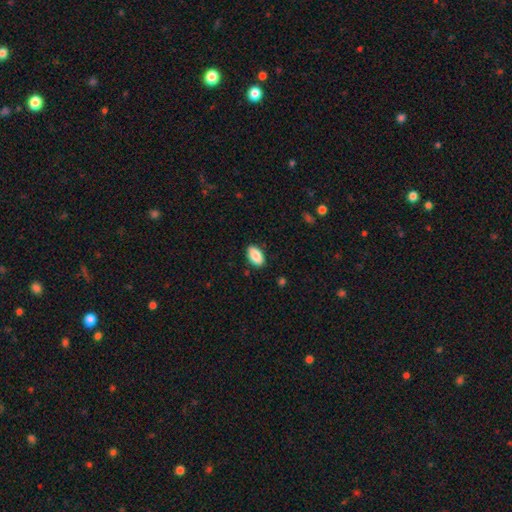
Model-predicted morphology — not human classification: This is clearly a smooth galaxy (88%). How rounded: clearly in between (94%). Merging: clearly none (87%).